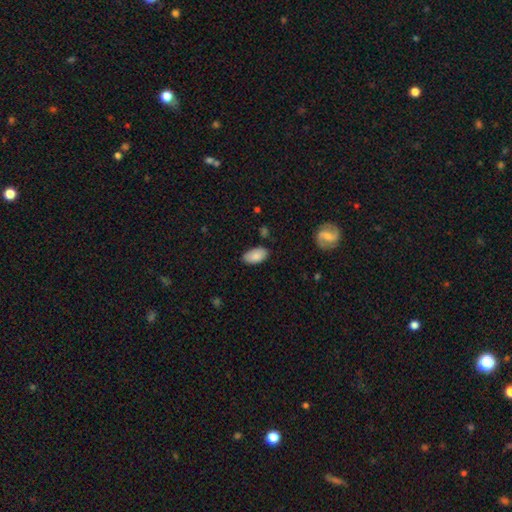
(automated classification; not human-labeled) smooth-or-featured: smooth: 84% | featured or disk: 9% | star or artifact: 7%
  how-rounded: in between: 94% | round: 3% | cigar-shaped: 2%
  merging: none: 78% | minor disturbance: 17% | major disturbance: 3% | merger: 2%